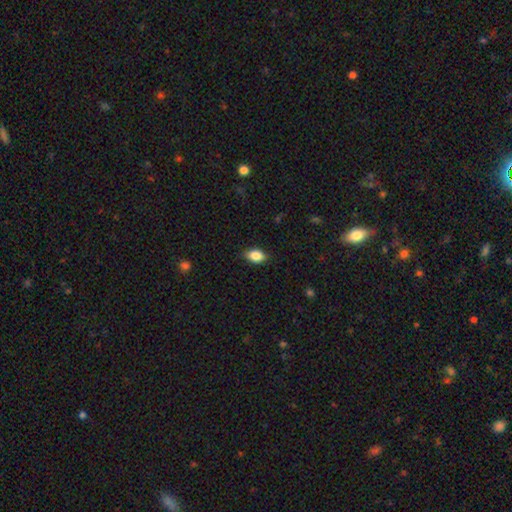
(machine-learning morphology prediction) smooth-or-featured: smooth: 86% | star or artifact: 8% | featured or disk: 6%
  how-rounded: in between: 88% | round: 10% | cigar-shaped: 2%
  merging: none: 84% | minor disturbance: 12% | major disturbance: 2% | merger: 1%